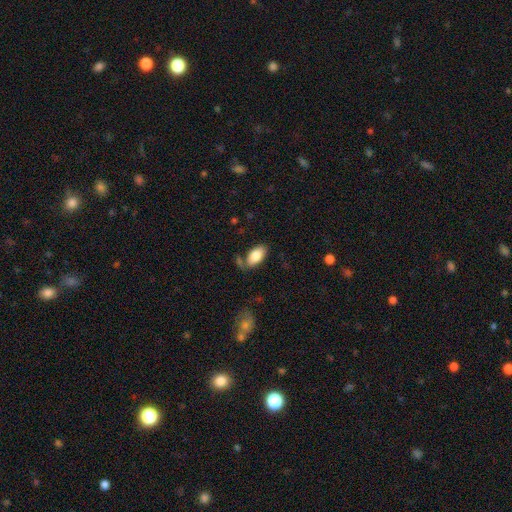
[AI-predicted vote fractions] Smooth or featured? Predicted: smooth (p=0.83). How rounded? Predicted: in between (p=0.94). Merging? Predicted: none (p=0.72).